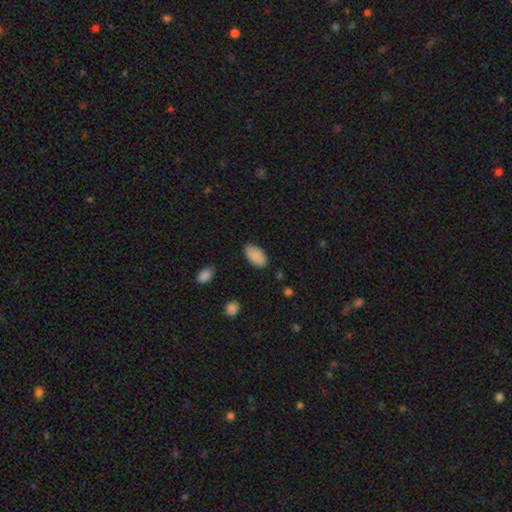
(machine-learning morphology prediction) A smooth galaxy with no disk features (89%) that is in between round and cigar-shaped (95%). Merging: none (83%).